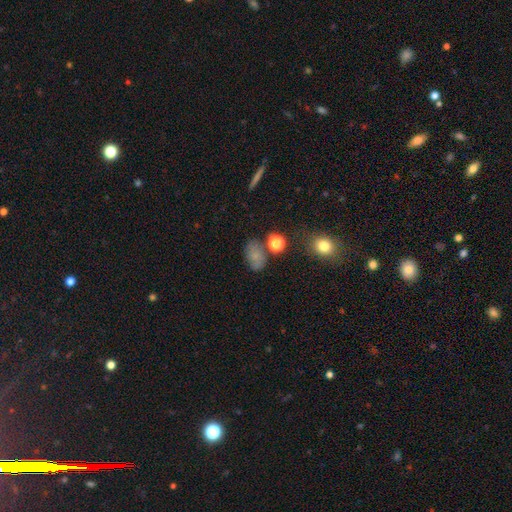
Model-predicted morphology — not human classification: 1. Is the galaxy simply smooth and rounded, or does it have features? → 73% smooth, 14% star or artifact, 12% featured or disk.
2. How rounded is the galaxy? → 78% in between, 21% round, 2% cigar-shaped.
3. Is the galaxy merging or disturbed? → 67% none, 18% minor disturbance, 8% merger, 6% major disturbance.